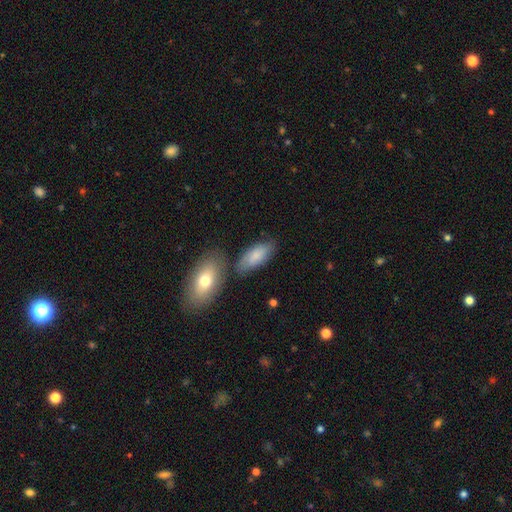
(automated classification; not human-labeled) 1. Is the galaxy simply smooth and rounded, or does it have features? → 80% smooth, 15% featured or disk, 6% star or artifact.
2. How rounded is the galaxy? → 87% in between, 11% cigar-shaped, 2% round.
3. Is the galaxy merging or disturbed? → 67% none, 18% minor disturbance, 11% merger, 5% major disturbance.